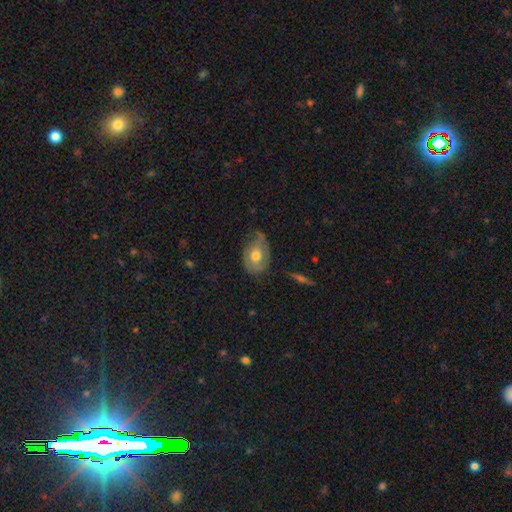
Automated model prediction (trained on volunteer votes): Smooth or featured: smooth — 50% (featured or disk — 42%)
Merging: none — 47% (minor disturbance — 37%)